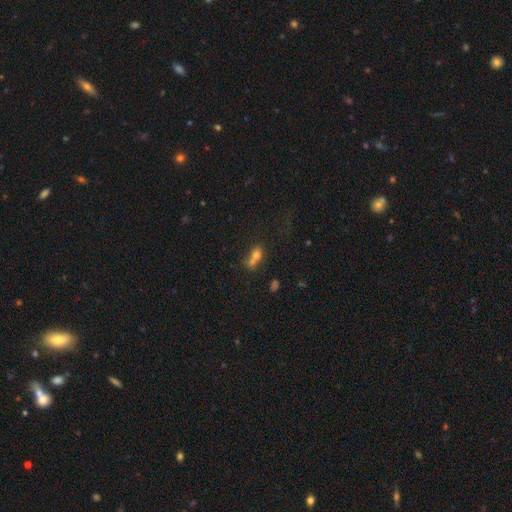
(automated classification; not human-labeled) smooth_or_featured: smooth (p=0.67) [alt: featured or disk p=0.17]
how_rounded: round (p=0.49) [alt: in between p=0.48]
merging: merger (p=0.62) [alt: none p=0.24]